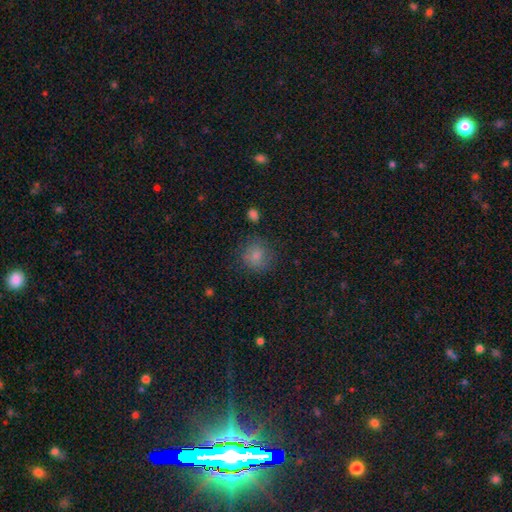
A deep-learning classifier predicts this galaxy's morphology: Smooth or featured? smooth (78%)
How rounded? round (87%)
Merging? none (74%)